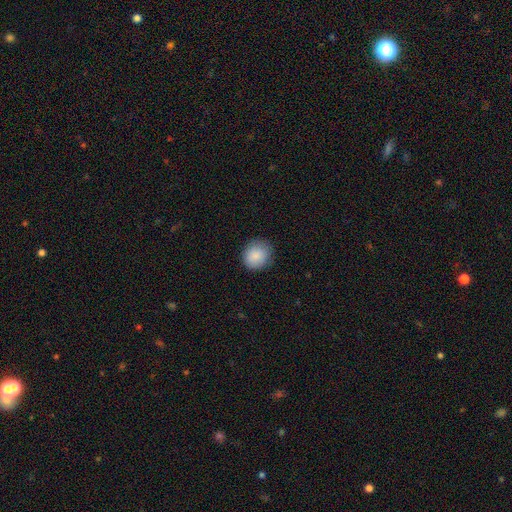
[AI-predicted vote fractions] A smooth galaxy with no disk features (88%) that is round (76%). Merging: none (84%).